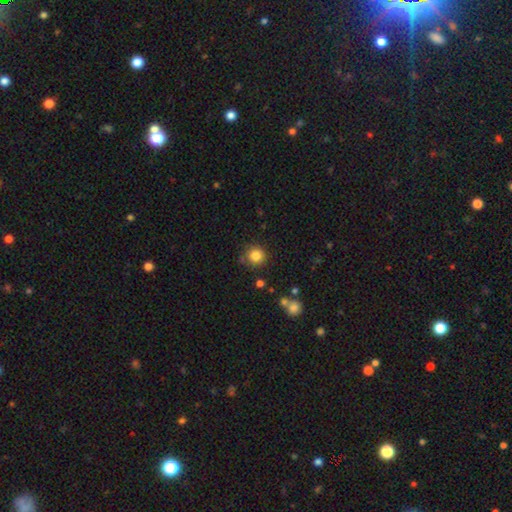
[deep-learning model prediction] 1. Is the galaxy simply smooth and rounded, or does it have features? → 84% smooth, 11% star or artifact, 6% featured or disk.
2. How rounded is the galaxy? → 93% round, 6% in between, 1% cigar-shaped.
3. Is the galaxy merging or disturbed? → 81% none, 11% minor disturbance, 4% merger, 3% major disturbance.